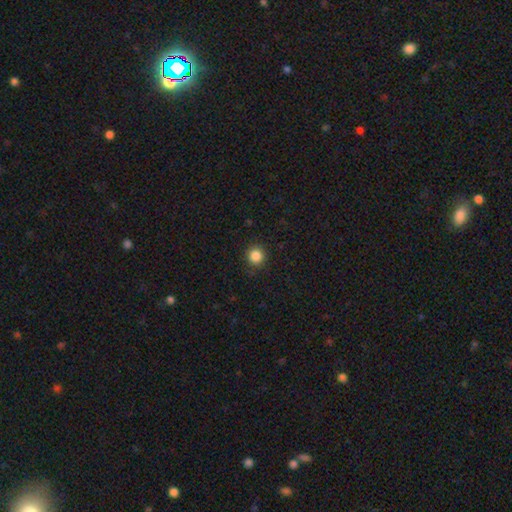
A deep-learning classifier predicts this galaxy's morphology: type=smooth (86%); roundness=round (94%); merging=none (91%).